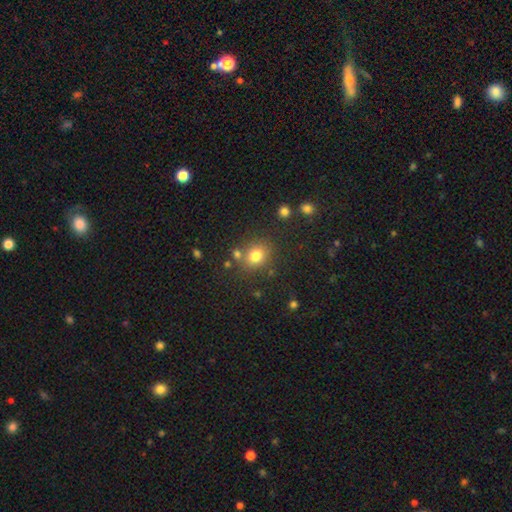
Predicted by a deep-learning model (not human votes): smooth 78%, star or artifact 14%, featured or disk 8%. Down the decision tree: how rounded — round (72%); merging — none (75%).